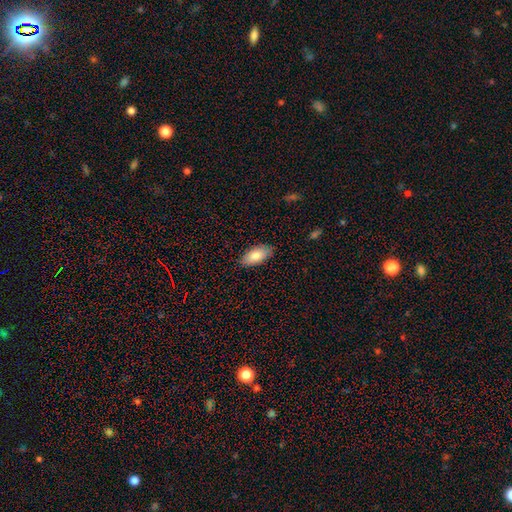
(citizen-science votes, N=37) Smooth or featured?
  - smooth: 84% *
  - featured or disk: 14%
  - star or artifact: 3%
How rounded?
  - in between: 90% *
  - cigar-shaped: 6%
  - round: 3%
Merging?
  - none: 89% *
  - minor disturbance: 8%
  - merger: 3%
  - major disturbance: 0%